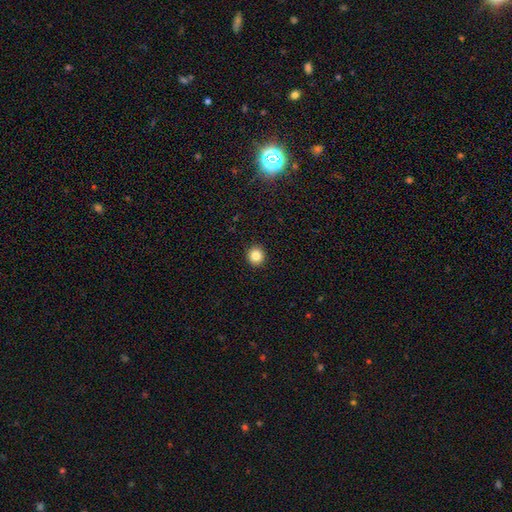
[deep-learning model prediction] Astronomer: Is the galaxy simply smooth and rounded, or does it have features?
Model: smooth — 84%.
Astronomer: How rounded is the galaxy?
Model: round — 92%.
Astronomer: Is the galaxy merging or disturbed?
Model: none — 93%.